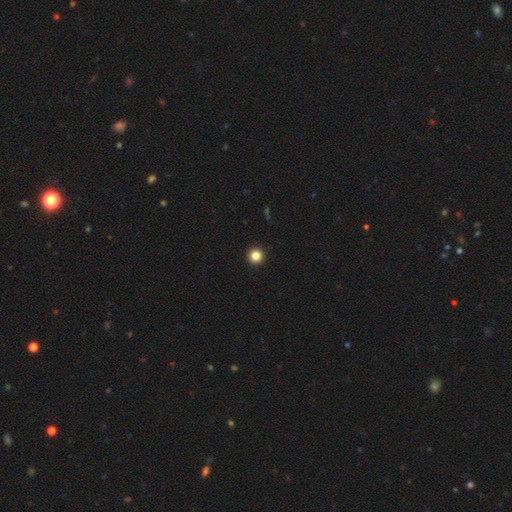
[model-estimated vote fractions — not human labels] Overall: smooth (84%). How rounded: round (96%). Merging: none (94%).